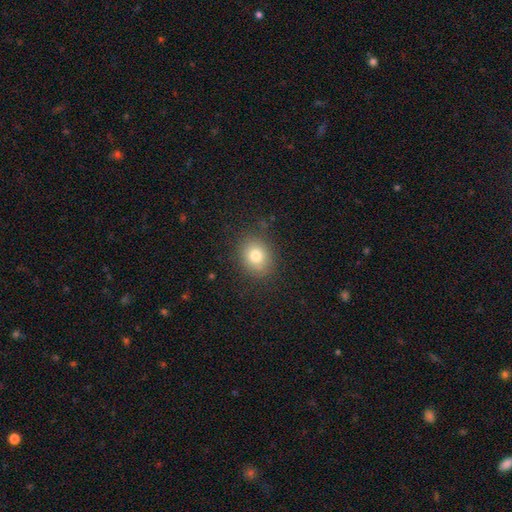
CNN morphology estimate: type=smooth (78%); roundness=round (57%); merging=none (85%).